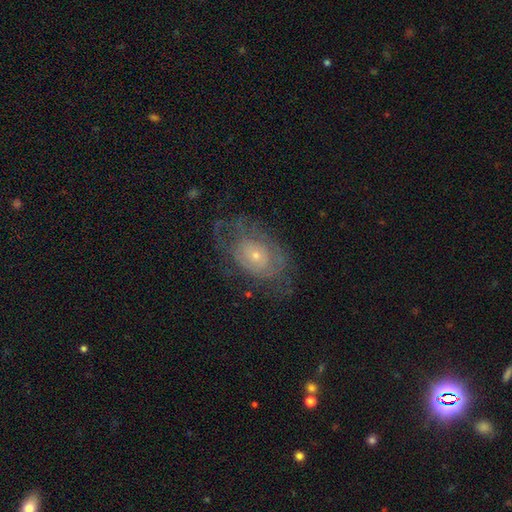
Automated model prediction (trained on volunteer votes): Overall: featured or disk (65%; smooth 27%). Edge-on disk: no (95%). Bar: no (82%). Spiral arms: yes (59%; no 41%). Bulge size: small (69%). Merging: none (56%; minor disturbance 22%).